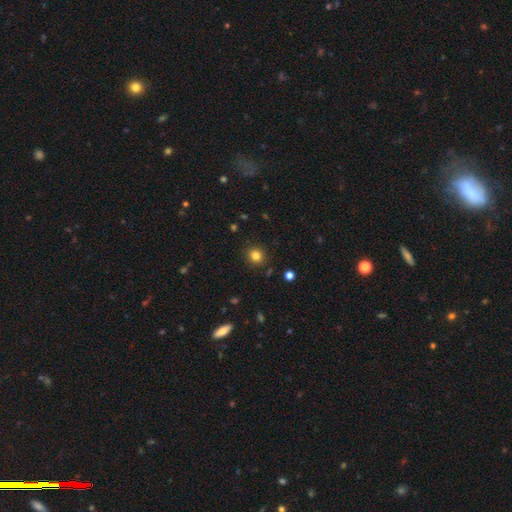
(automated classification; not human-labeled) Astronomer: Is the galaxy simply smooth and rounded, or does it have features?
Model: smooth — 82%.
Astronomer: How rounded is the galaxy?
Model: round — 87%.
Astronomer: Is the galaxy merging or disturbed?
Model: none — 90%.